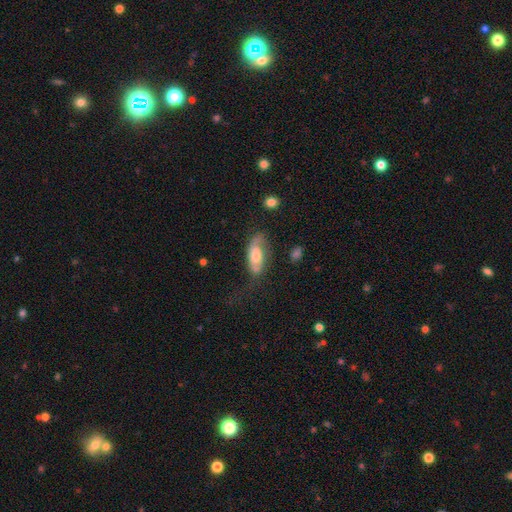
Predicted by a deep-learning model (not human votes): smooth-or-featured: smooth: 46% (tied) | featured or disk: 46% (tied) | star or artifact: 8%
  merging: none: 43% | minor disturbance: 27% | major disturbance: 26% | merger: 4%